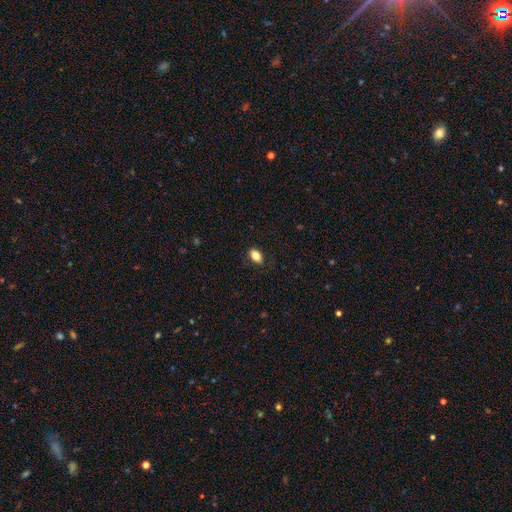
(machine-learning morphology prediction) Q: Smooth or featured?
A: smooth (83%); runner-up: star or artifact (9%)
Q: How rounded?
A: in between (87%); runner-up: round (11%)
Q: Merging?
A: none (86%); runner-up: minor disturbance (11%)